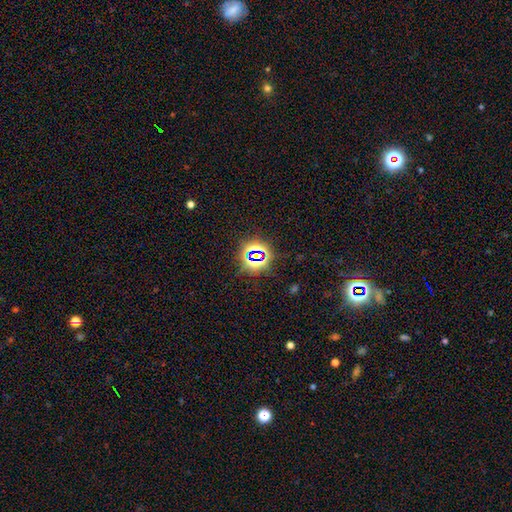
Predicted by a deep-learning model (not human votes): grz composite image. It shows a star or artifact, not a galaxy (76%).